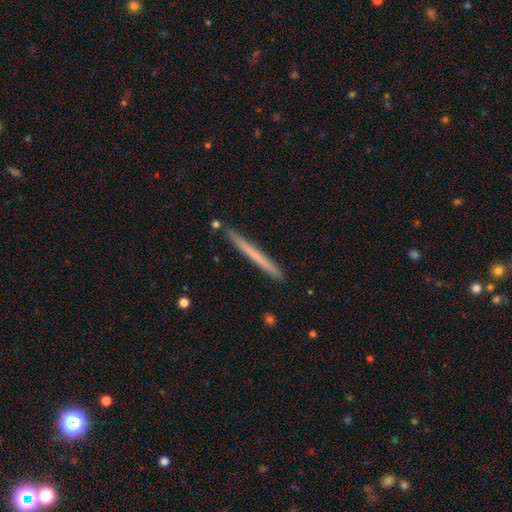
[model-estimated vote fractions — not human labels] A smooth galaxy with no disk features (58%) that is cigar-shaped (97%).

Vote fractions:
- Smooth or featured? smooth: 58% / featured or disk: 37% / star or artifact: 6%
- How rounded? cigar-shaped: 97% / in between: 1% / round: 1%
- Merging? none: 90% / minor disturbance: 7% / merger: 2% / major disturbance: 1%